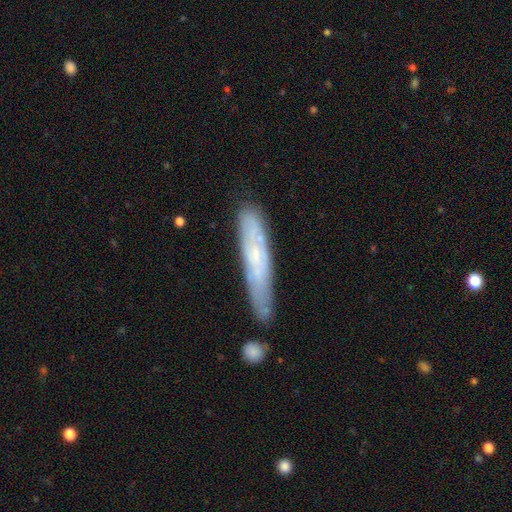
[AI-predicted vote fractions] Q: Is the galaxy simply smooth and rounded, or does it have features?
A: featured or disk — 51%.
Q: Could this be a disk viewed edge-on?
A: yes — 57%.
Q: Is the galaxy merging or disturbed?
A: none — 66%.